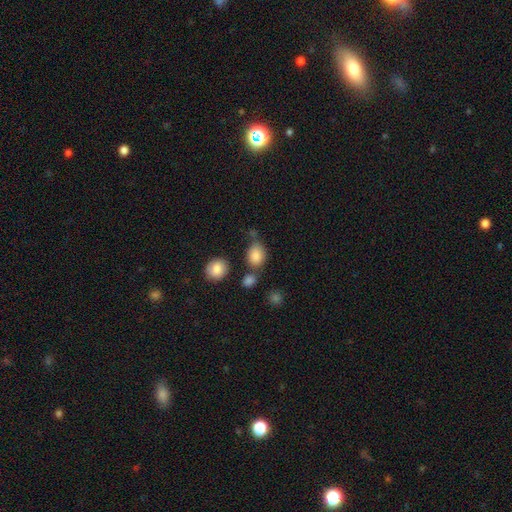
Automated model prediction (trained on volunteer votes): smooth 84%, star or artifact 10%, featured or disk 6%. Down the decision tree: how rounded — in between (64%); merging — none (62%).